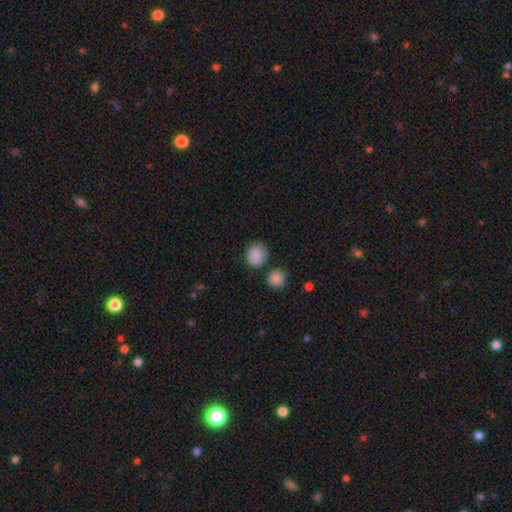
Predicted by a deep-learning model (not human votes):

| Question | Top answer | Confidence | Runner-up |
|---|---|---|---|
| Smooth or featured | smooth | 87% | star or artifact (9%) |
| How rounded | round | 76% | in between (23%) |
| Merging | none | 73% | minor disturbance (14%) |